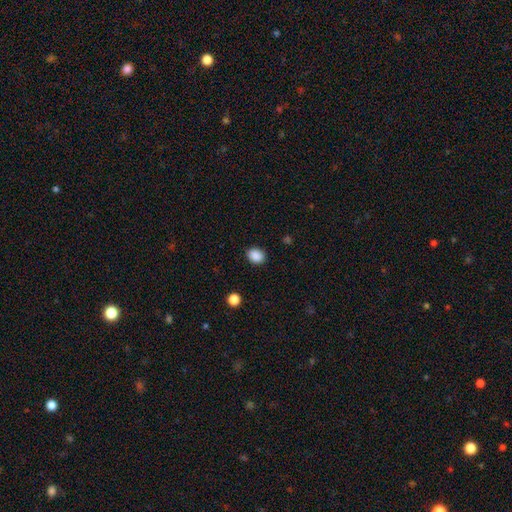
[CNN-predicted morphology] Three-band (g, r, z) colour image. It shows a smooth galaxy with no disk features (88%) that is round (51%). Merging: none (88%).